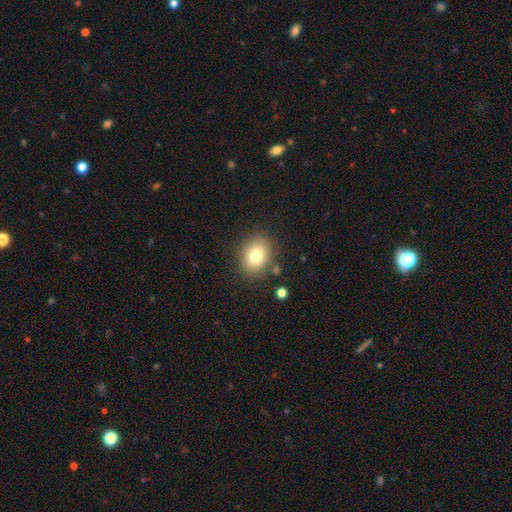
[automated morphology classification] A smooth galaxy with no disk features (78%) that is in between round and cigar-shaped (52%). Merging: none (83%).